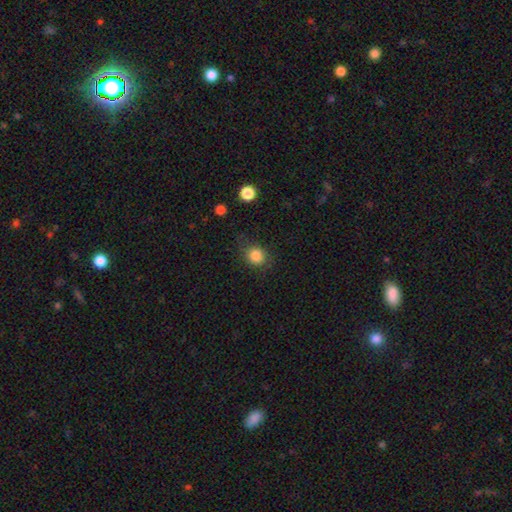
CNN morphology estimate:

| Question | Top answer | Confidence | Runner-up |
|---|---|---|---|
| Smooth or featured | smooth | 84% | star or artifact (10%) |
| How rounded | round | 76% | in between (23%) |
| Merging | none | 77% | minor disturbance (16%) |